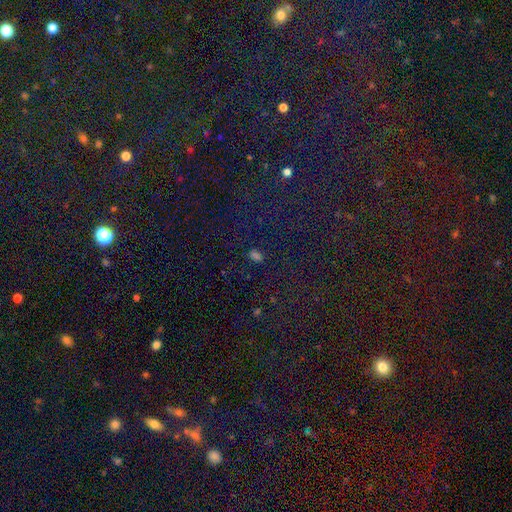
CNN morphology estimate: type=smooth (52%); roundness=in between (82%); merging=none (74%).